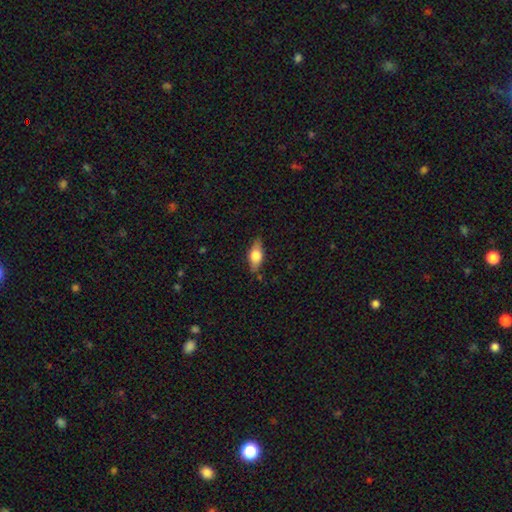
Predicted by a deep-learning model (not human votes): smooth_or_featured: smooth (p=0.61) [alt: featured or disk p=0.32]
how_rounded: in between (p=0.78) [alt: cigar-shaped p=0.17]
merging: none (p=0.81) [alt: minor disturbance p=0.15]